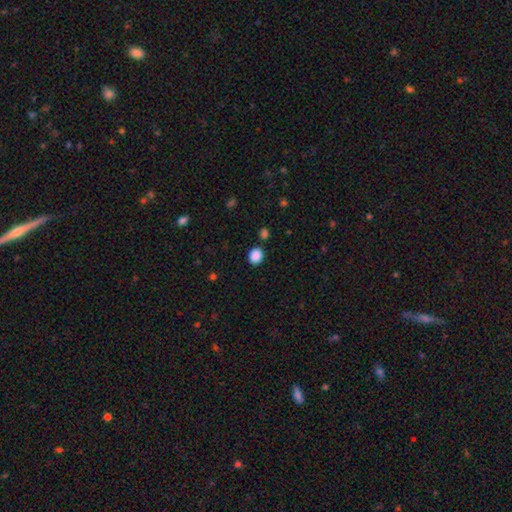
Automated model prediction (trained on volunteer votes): Smooth or featured? smooth (88%)
How rounded? round (58%)
Merging? none (85%)